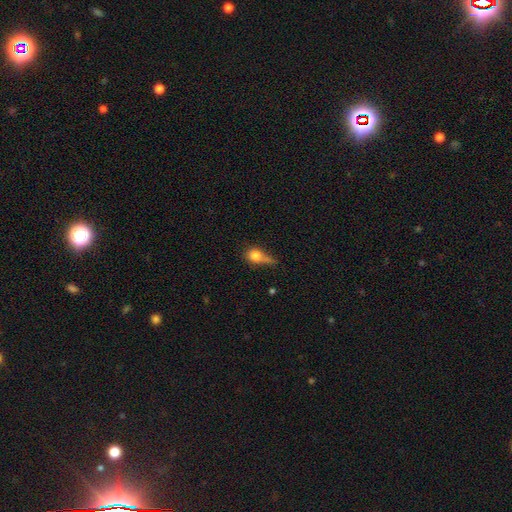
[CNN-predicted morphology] smooth-or-featured: smooth: 74% | featured or disk: 15% | star or artifact: 11%
  how-rounded: round: 56% | in between: 38% | cigar-shaped: 5%
  merging: none: 32% | minor disturbance: 30% | major disturbance: 24% | merger: 14%